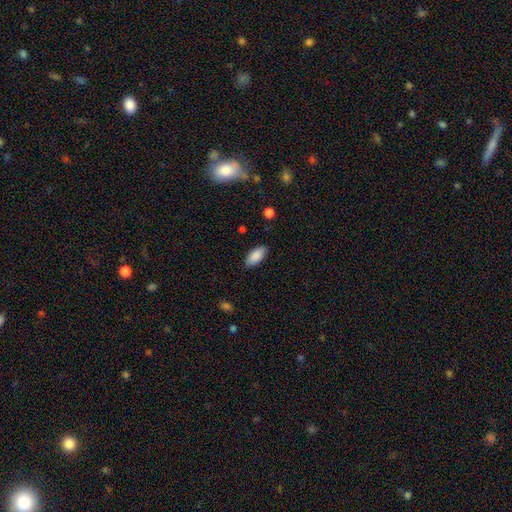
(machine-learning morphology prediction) Smooth or featured? Predicted: smooth (p=0.88). How rounded? Predicted: in between (p=0.91). Merging? Predicted: none (p=0.86).